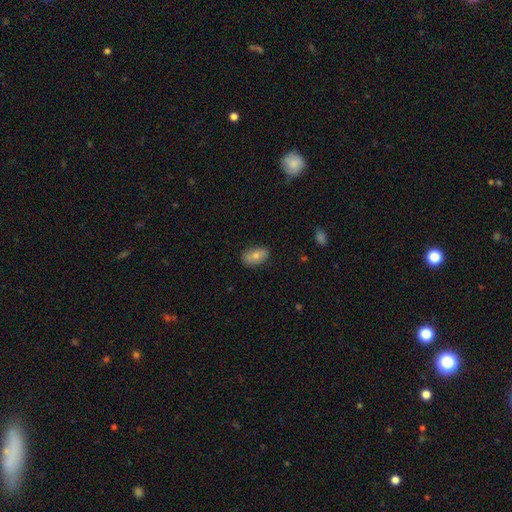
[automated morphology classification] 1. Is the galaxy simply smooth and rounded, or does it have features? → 74% smooth, 19% featured or disk, 7% star or artifact.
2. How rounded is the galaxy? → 90% in between, 7% round, 2% cigar-shaped.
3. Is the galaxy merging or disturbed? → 81% none, 15% minor disturbance, 3% major disturbance, 1% merger.